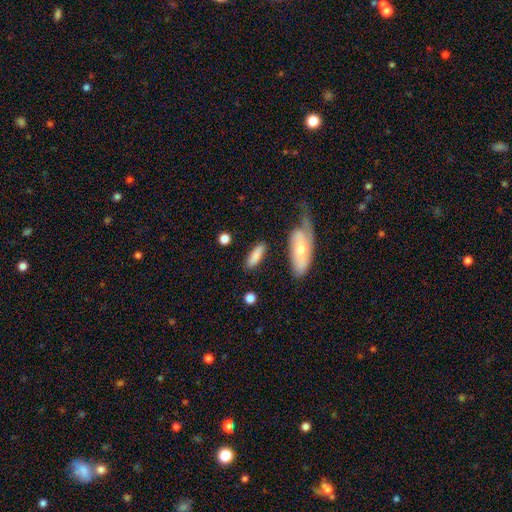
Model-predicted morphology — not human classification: This appears to be a smooth galaxy with no disk features (80%) that is in between round and cigar-shaped (56%). Merging: none (74%).